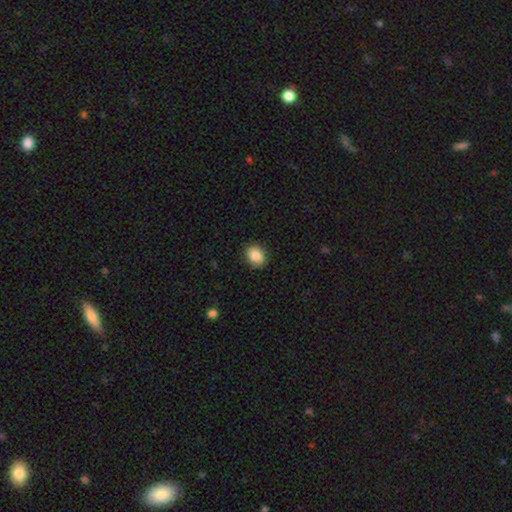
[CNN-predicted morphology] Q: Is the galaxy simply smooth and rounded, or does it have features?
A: smooth — 87%.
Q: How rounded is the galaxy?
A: in between — 57%.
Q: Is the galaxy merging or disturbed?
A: none — 88%.